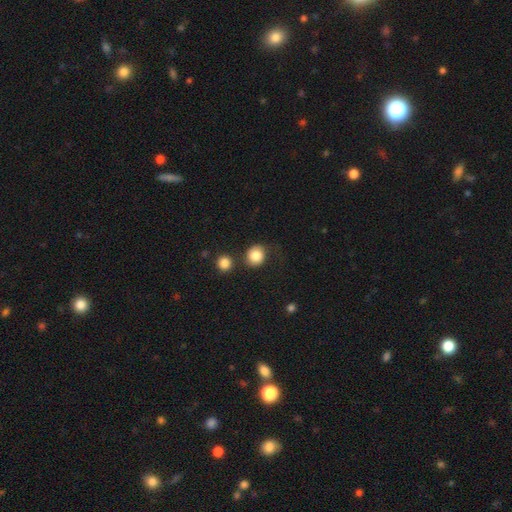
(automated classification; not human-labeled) Morphology: type=smooth (83%); roundness=round (80%); merging=none (67%).